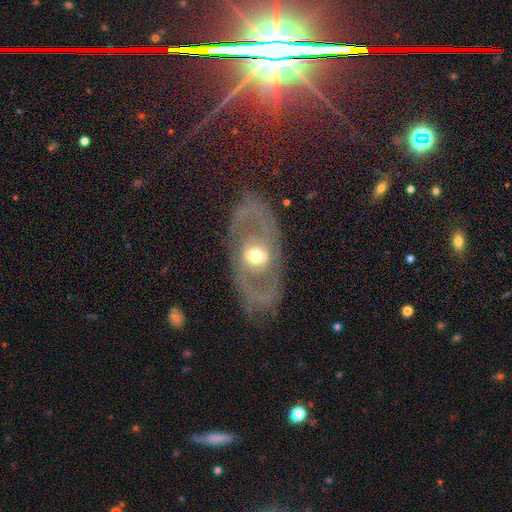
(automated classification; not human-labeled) featured or disk 77%, smooth 17%, star or artifact 6%. Down the decision tree: edge-on disk — no (91%); bar — no (40%); spiral arms — yes (53%); bulge size — moderate (68%); merging — none (75%).